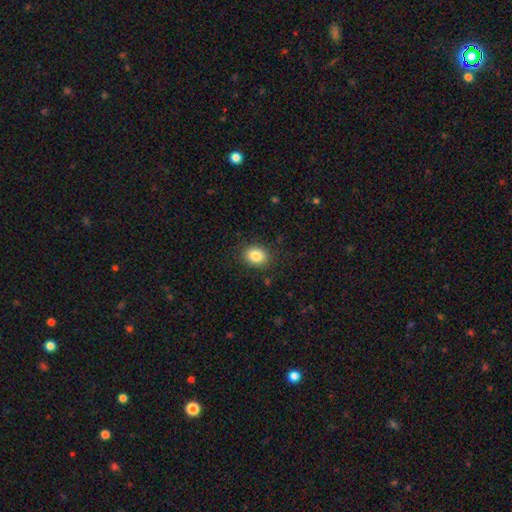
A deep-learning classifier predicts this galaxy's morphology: Smooth or featured? Predicted: smooth (p=0.85). How rounded? Predicted: in between (p=0.51). Merging? Predicted: none (p=0.87).